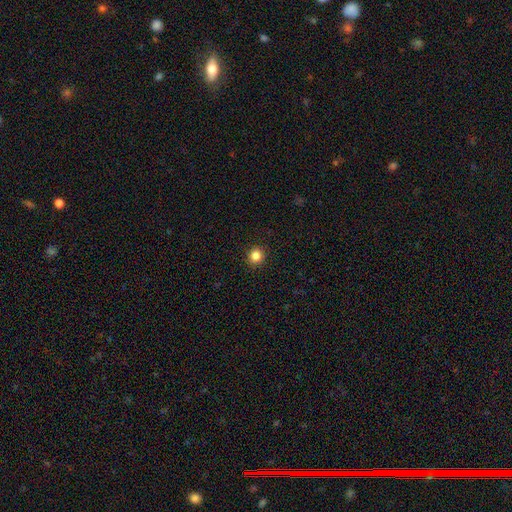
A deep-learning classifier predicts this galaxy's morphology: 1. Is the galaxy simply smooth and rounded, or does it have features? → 84% smooth, 11% star or artifact, 4% featured or disk.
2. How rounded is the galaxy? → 88% round, 11% in between, 1% cigar-shaped.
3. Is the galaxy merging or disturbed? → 92% none, 6% minor disturbance, 2% major disturbance, 1% merger.